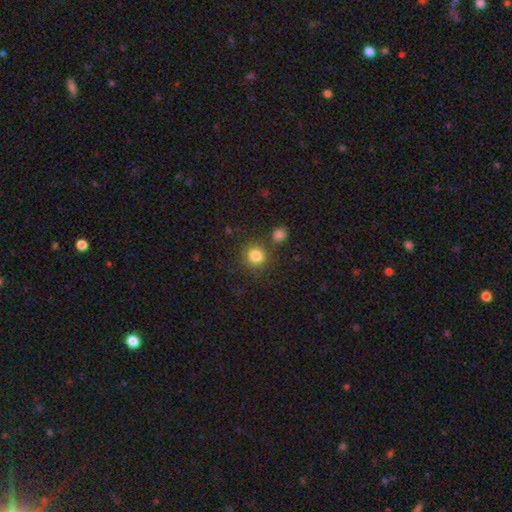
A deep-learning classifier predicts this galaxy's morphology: Smooth or featured: smooth — 83% (star or artifact — 12%)
How rounded: round — 89% (in between — 10%)
Merging: none — 79% (minor disturbance — 9%)